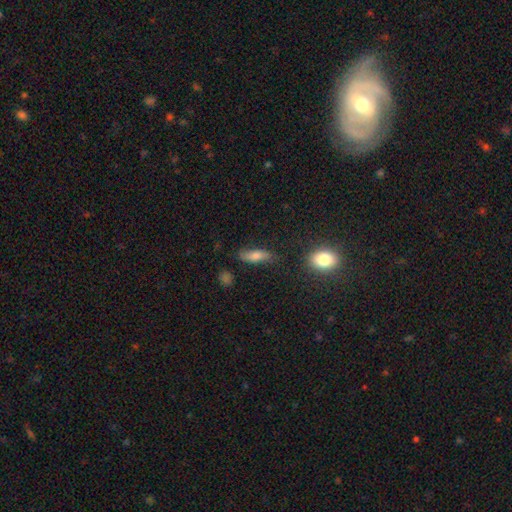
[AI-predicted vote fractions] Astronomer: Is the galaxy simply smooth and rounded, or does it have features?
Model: smooth — 70%.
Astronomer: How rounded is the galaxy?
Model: in between — 50% (runner-up: cigar-shaped, 46%).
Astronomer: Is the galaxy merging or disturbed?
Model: none — 75%.